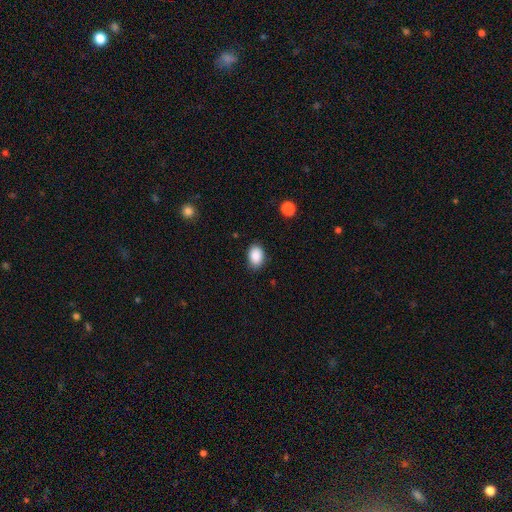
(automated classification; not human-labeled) A smooth galaxy with no disk features (89%) that is in between round and cigar-shaped (80%).

Vote fractions:
- Smooth or featured? smooth: 89% / star or artifact: 8% / featured or disk: 3%
- How rounded? in between: 80% / round: 19% / cigar-shaped: 1%
- Merging? none: 84% / minor disturbance: 12% / major disturbance: 3% / merger: 1%